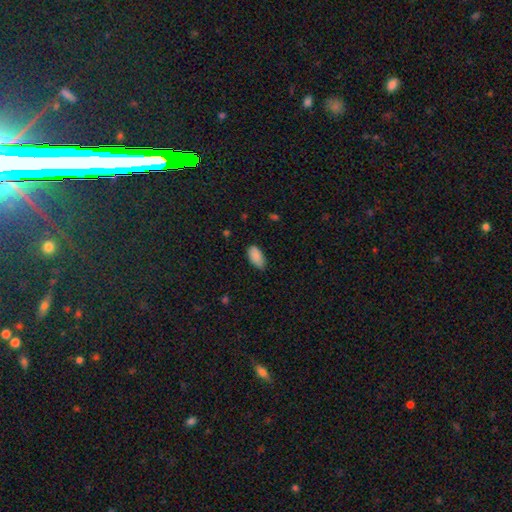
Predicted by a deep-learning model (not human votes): smooth_or_featured: smooth (p=0.89) [alt: star or artifact p=0.07]
how_rounded: in between (p=0.94) [alt: cigar-shaped p=0.04]
merging: none (p=0.78) [alt: minor disturbance p=0.18]